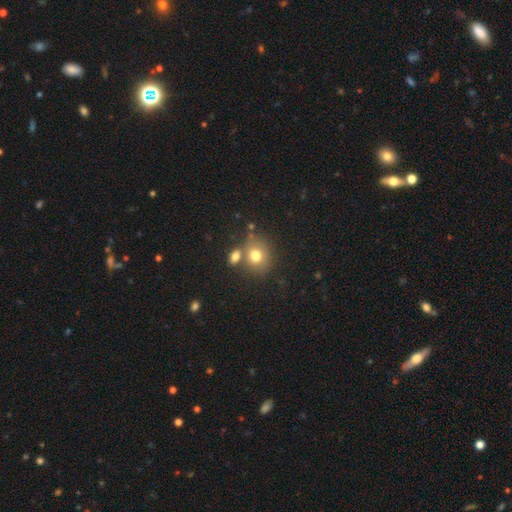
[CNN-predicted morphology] smooth 75%, featured or disk 13%, star or artifact 12%. Down the decision tree: how rounded — round (65%); merging — none (56%).